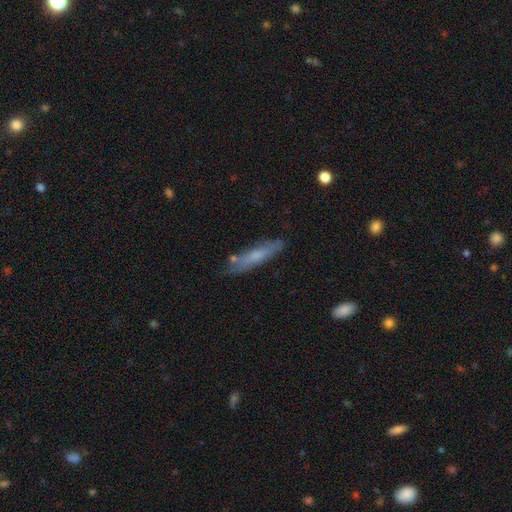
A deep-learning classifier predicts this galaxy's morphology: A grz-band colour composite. It shows a smooth galaxy with no disk features (55%) that is cigar-shaped (82%). Merging: none (73%).